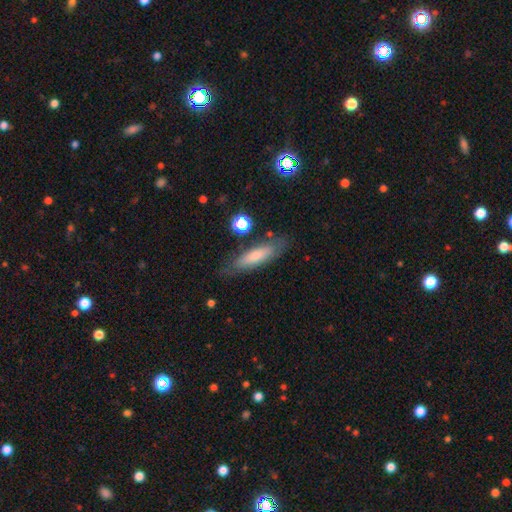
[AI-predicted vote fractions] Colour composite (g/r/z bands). It shows a smooth galaxy with no disk features (69%) that is cigar-shaped (64%). Merging: none (77%).